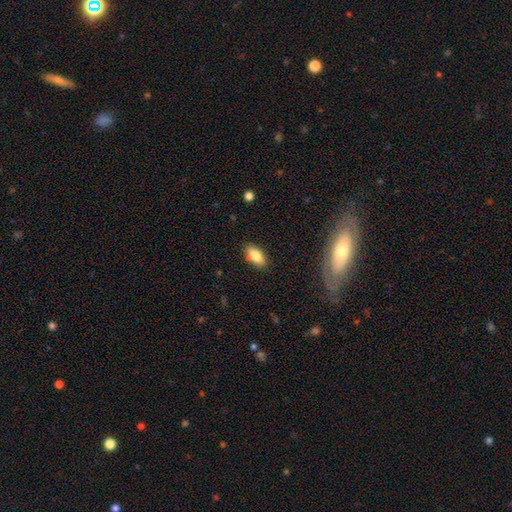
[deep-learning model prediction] smooth_or_featured: smooth (p=0.81) [alt: featured or disk p=0.11]
how_rounded: in between (p=0.89) [alt: cigar-shaped p=0.08]
merging: none (p=0.86) [alt: minor disturbance p=0.10]